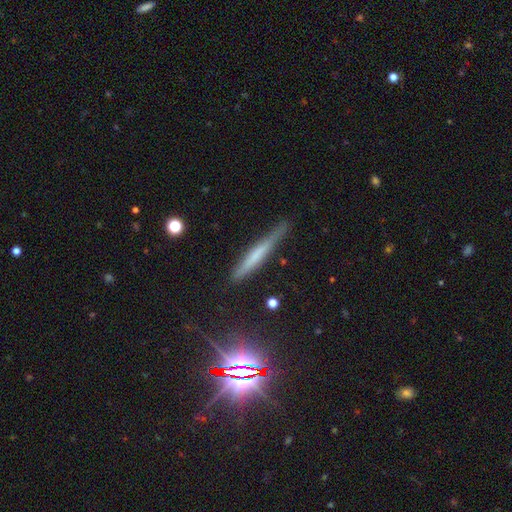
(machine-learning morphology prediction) This appears to be a smooth galaxy with no disk features (48%). Merging: none (79%).